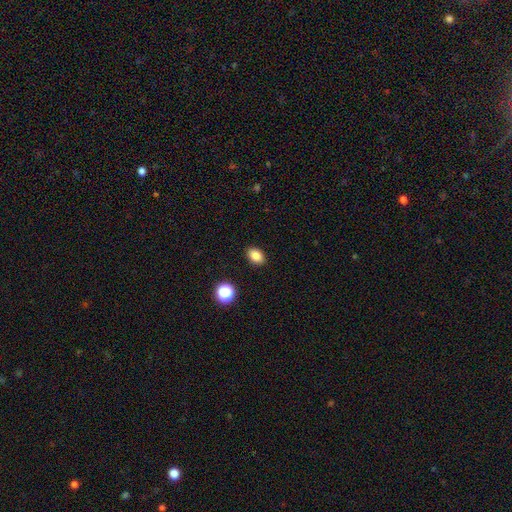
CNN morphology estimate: Smooth or featured? smooth (85%)
How rounded? in between (81%)
Merging? none (89%)